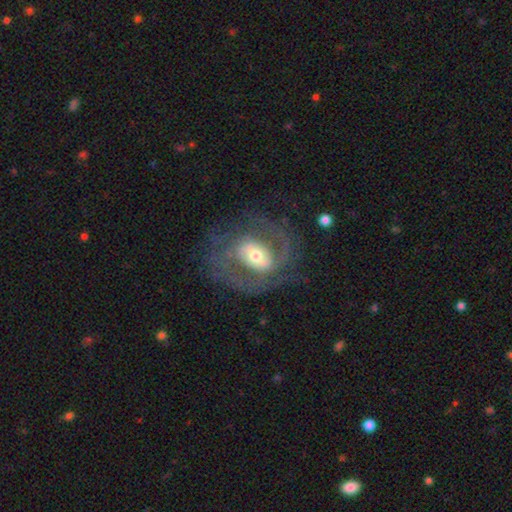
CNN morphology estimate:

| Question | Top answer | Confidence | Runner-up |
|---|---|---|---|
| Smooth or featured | featured or disk | 79% | smooth (15%) |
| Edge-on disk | no | 96% | yes (4%) |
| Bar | weak | 39% | no (34%) |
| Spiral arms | yes | 82% | no (18%) |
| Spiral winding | medium | 47% | tight (32%) |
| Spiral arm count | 2 | 70% | can't tell (15%) |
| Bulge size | moderate | 61% | small (23%) |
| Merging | none | 66% | major disturbance (17%) |